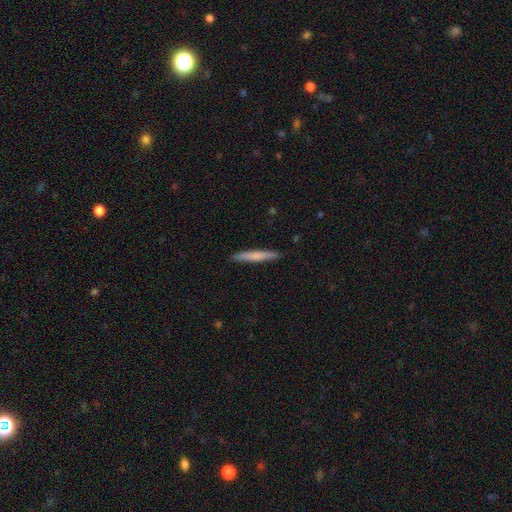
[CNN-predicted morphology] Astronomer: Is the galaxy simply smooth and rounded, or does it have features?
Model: smooth — 66%.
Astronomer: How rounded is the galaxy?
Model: cigar-shaped — 95%.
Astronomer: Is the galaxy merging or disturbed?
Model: none — 90%.